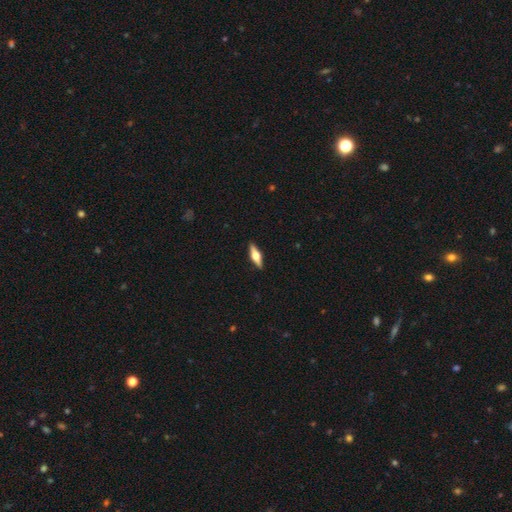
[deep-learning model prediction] Overall: featured or disk (62%; smooth 33%). Edge-on disk: yes (96%). Edge-on bulge: rounded (94%). Merging: none (90%).